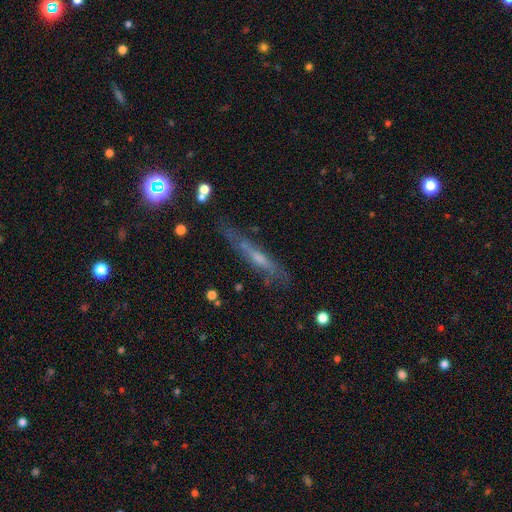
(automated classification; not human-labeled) featured or disk 58%, smooth 30%, star or artifact 11%. Down the decision tree: edge-on disk — yes (78%); merging — none (67%).